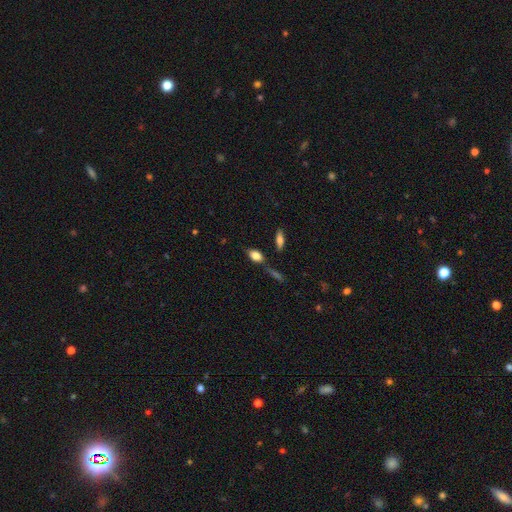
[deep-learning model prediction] smooth 76%, featured or disk 16%, star or artifact 9%. Down the decision tree: how rounded — in between (84%); merging — none (69%).